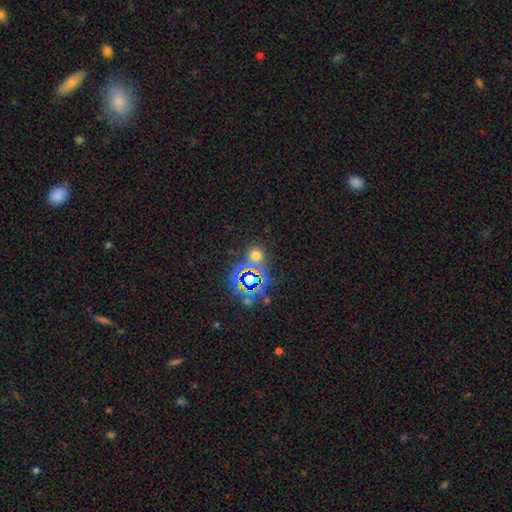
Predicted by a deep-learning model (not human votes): Q: Smooth or featured?
A: smooth (51%); runner-up: star or artifact (41%)
Q: How rounded?
A: round (87%); runner-up: in between (12%)
Q: Merging?
A: none (72%); runner-up: merger (14%)